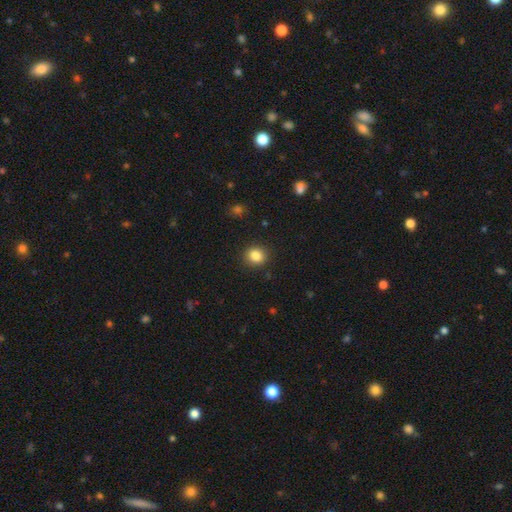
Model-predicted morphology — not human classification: Smooth or featured: smooth — 84% (star or artifact — 11%)
How rounded: round — 80% (in between — 19%)
Merging: none — 90% (minor disturbance — 7%)